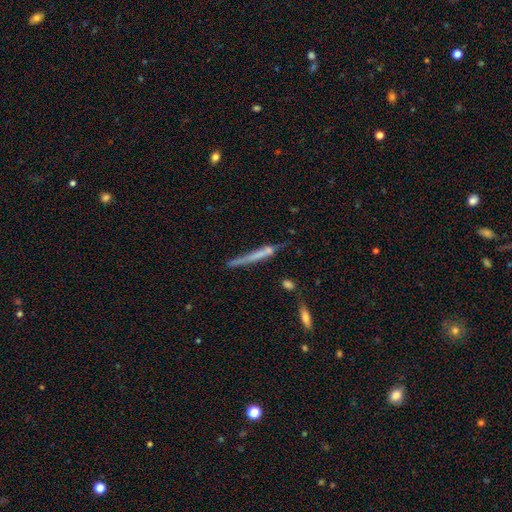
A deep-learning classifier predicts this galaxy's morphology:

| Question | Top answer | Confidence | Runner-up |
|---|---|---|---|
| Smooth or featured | smooth | 45% | tied: featured or disk (45%) |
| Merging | none | 75% | minor disturbance (16%) |